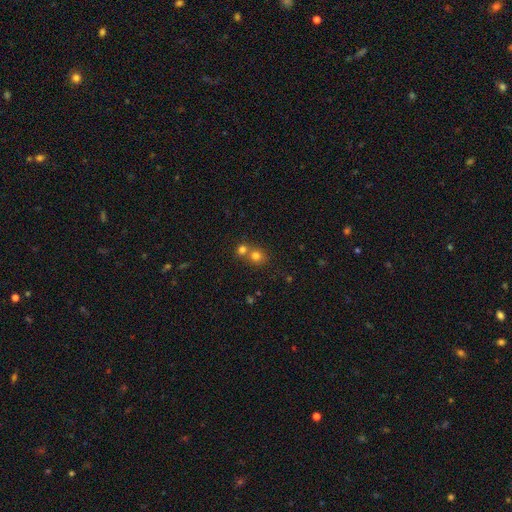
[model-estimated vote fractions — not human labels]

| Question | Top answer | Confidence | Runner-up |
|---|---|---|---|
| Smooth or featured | smooth | 76% | star or artifact (15%) |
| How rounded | round | 84% | in between (15%) |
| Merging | none | 48% | merger (44%) |